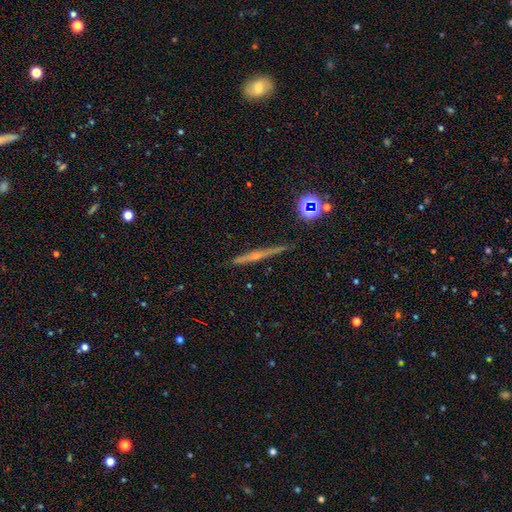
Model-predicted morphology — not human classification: Q: Smooth or featured?
A: featured or disk (67%); runner-up: smooth (21%)
Q: Edge-on disk?
A: yes (97%); runner-up: no (3%)
Q: Edge-on bulge?
A: rounded (68%); runner-up: none (25%)
Q: Merging?
A: none (88%); runner-up: minor disturbance (9%)